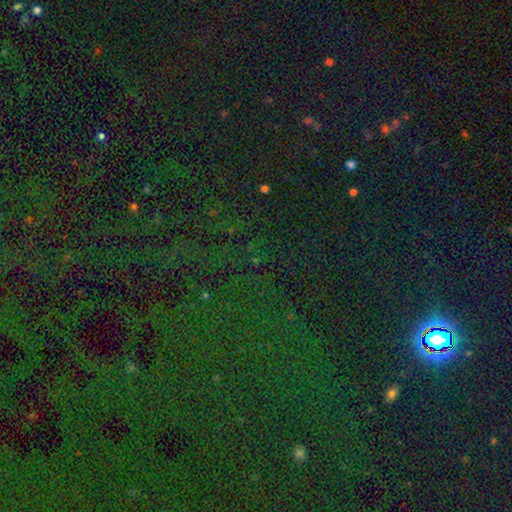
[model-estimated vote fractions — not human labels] Overall: star or artifact (82%).